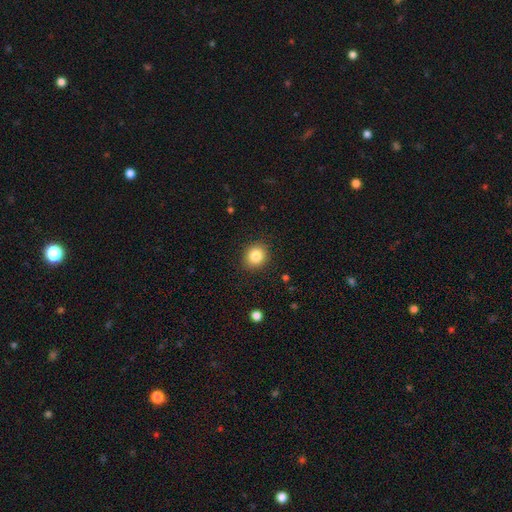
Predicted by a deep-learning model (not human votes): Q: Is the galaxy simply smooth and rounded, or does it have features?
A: smooth — 84%.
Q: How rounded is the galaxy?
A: round — 76%.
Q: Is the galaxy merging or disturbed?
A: none — 89%.